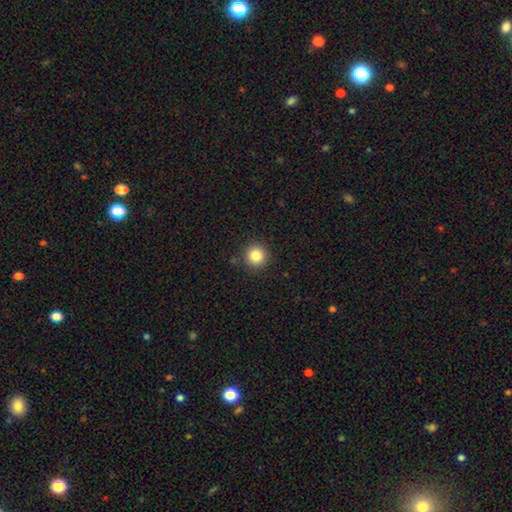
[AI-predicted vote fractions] Morphology: type=smooth (84%); roundness=round (94%); merging=none (90%).